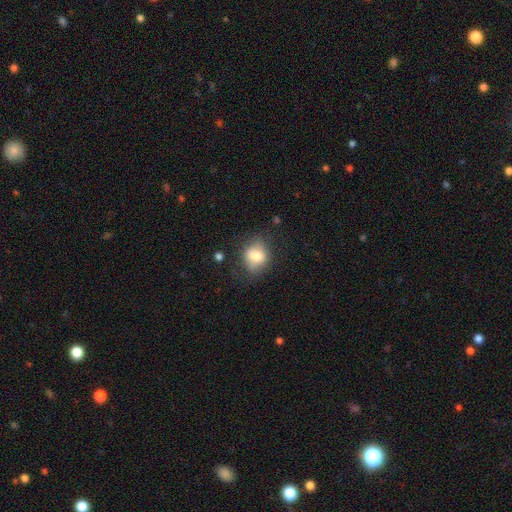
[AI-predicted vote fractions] Morphology: type=smooth (71%); roundness=in between (54%); merging=none (69%).